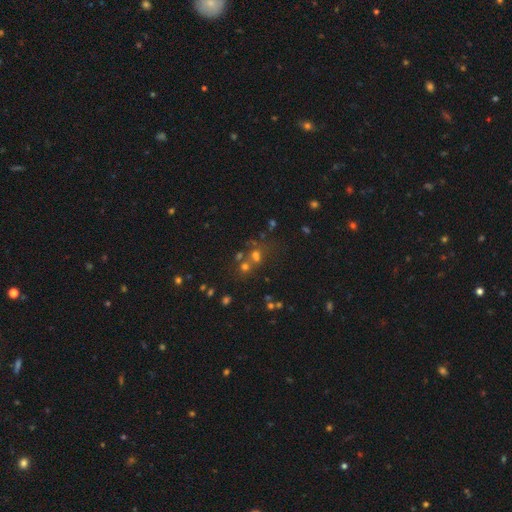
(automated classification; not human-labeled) Smooth or featured? smooth (46%)
Merging? none (46%)